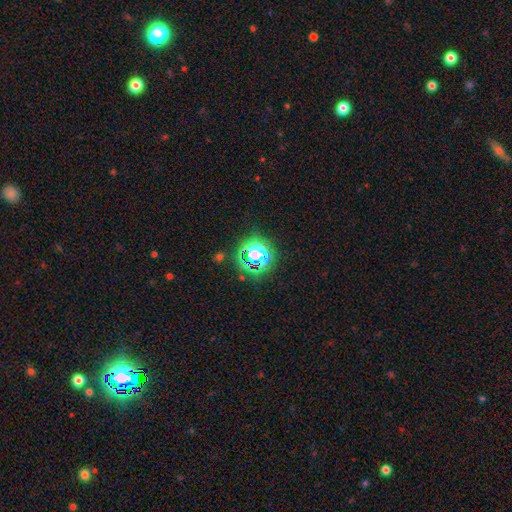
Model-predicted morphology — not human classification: type=star or artifact (55%).